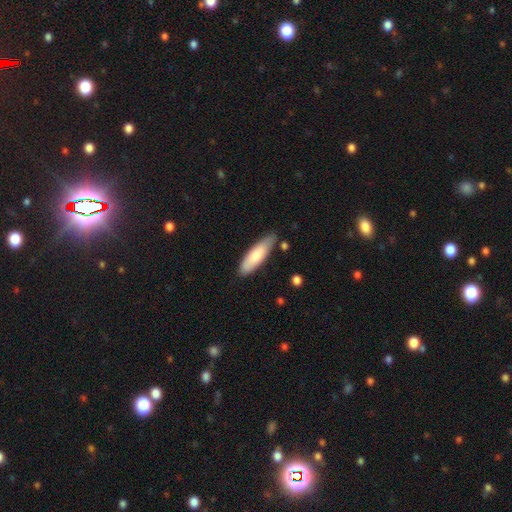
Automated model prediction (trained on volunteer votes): Smooth or featured? Predicted: smooth (p=0.76). How rounded? Predicted: cigar-shaped (p=0.54). Merging? Predicted: none (p=0.78).